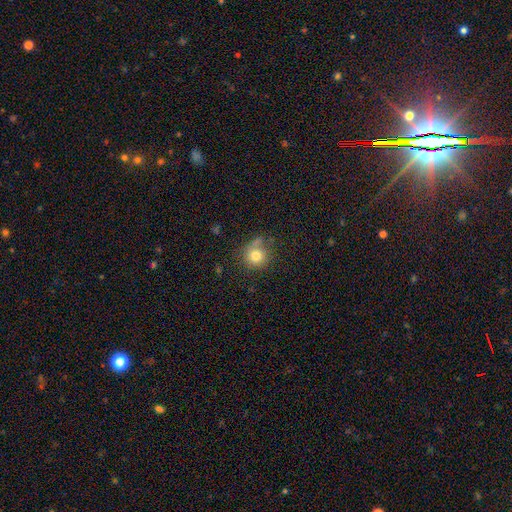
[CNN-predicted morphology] A smooth galaxy with no disk features (79%) that is round (88%).

Vote fractions:
- Smooth or featured? smooth: 79% / star or artifact: 11% / featured or disk: 10%
- How rounded? round: 88% / in between: 11% / cigar-shaped: 1%
- Merging? none: 63% / minor disturbance: 20% / merger: 9% / major disturbance: 7%